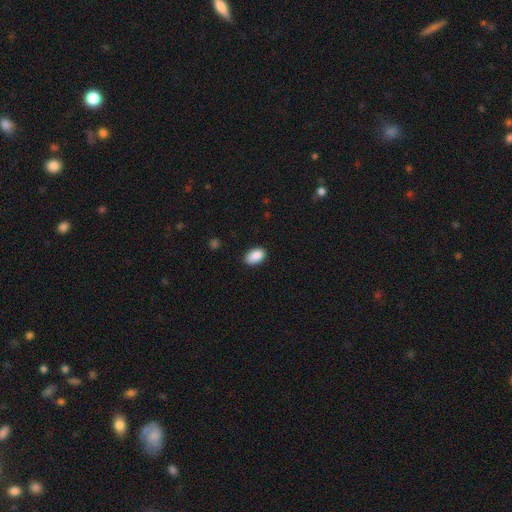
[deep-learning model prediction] The model was most divided on "merging": none: 86%, minor disturbance: 11%, major disturbance: 2%, merger: 1%. More confident: how rounded — in between (92%); smooth or featured — smooth (90%).